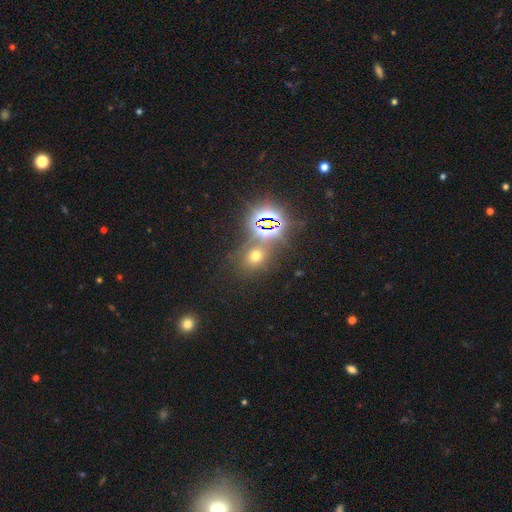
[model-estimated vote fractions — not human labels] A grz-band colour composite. It shows a smooth galaxy with no disk features (47%). Merging: none (69%).